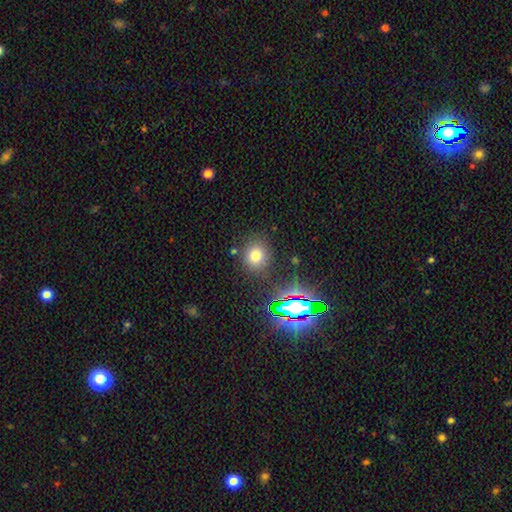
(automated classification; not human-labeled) A smooth galaxy with no disk features (70%) that is round (74%). Merging: none (80%).